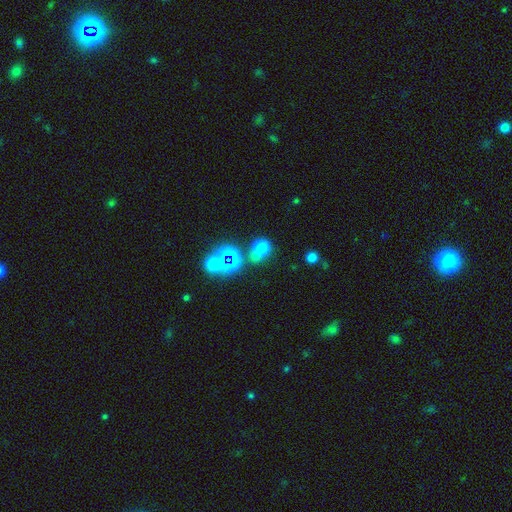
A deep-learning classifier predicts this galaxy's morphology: type=smooth (67%); roundness=round (84%); merging=none (57%).